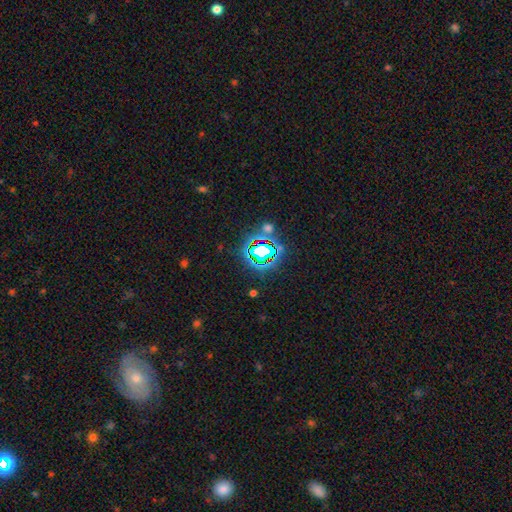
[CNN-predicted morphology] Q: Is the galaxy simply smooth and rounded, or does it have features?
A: star or artifact — 72%.